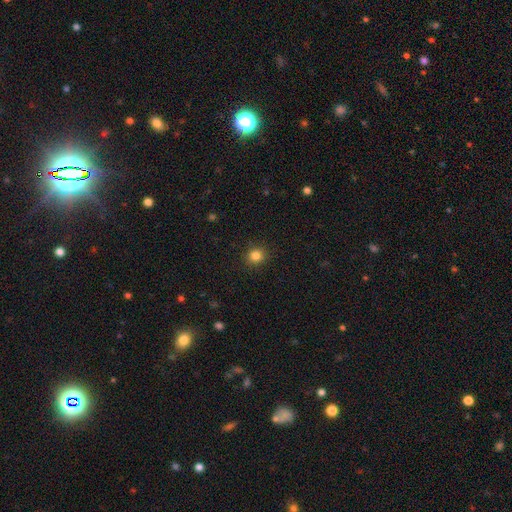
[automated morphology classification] smooth-or-featured: smooth: 84% | star or artifact: 12% | featured or disk: 4%
  how-rounded: round: 86% | in between: 13% | cigar-shaped: 1%
  merging: none: 90% | minor disturbance: 7% | major disturbance: 2% | merger: 1%